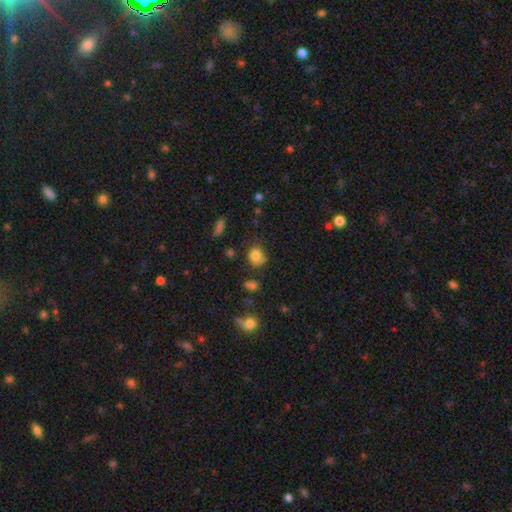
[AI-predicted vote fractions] A smooth galaxy with no disk features (80%) that is round (54%). Merging: none (62%).